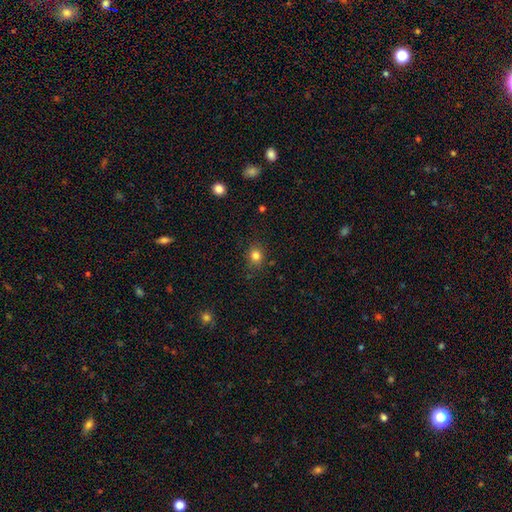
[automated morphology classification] A smooth galaxy with no disk features (82%) that is round (69%).

Vote fractions:
- Smooth or featured? smooth: 82% / star or artifact: 13% / featured or disk: 6%
- How rounded? round: 69% / in between: 30% / cigar-shaped: 1%
- Merging? none: 84% / minor disturbance: 12% / major disturbance: 3% / merger: 2%